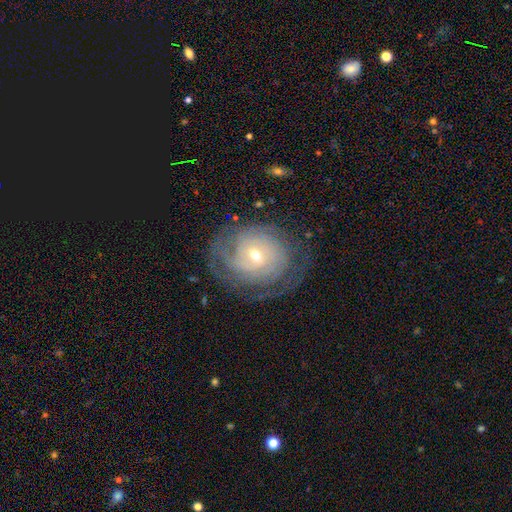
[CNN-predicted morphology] The model was most divided on "bulge size": small: 50%, moderate: 46%, large: 2%, none: 1%, dominant: 1%. Remaining: edge-on disk — no (96%); spiral arms — yes (91%); smooth or featured — featured or disk (80%); spiral winding — tight (76%); merging — none (71%); bar — no (48%); spiral arm count — can't tell (48%).